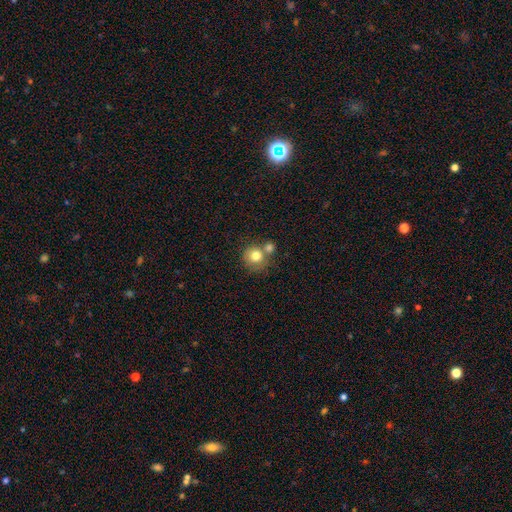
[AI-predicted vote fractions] Smooth or featured?
  - smooth: 79% *
  - featured or disk: 11%
  - star or artifact: 10%
How rounded?
  - round: 89% *
  - in between: 11%
  - cigar-shaped: 1%
Merging?
  - none: 50% *
  - merger: 36%
  - minor disturbance: 10%
  - major disturbance: 4%